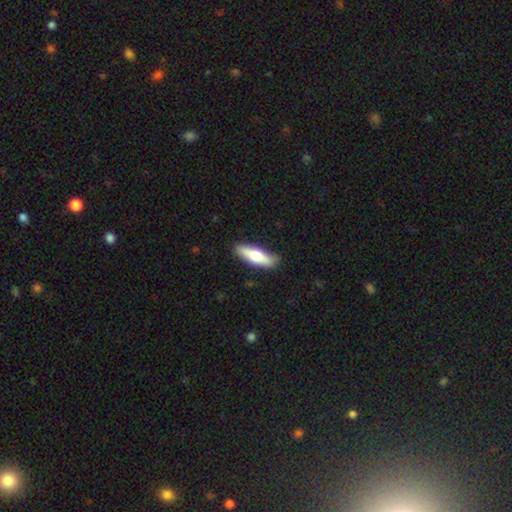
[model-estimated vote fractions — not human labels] Q: Smooth or featured?
A: smooth (65%); runner-up: featured or disk (30%)
Q: How rounded?
A: cigar-shaped (54%); runner-up: in between (44%)
Q: Merging?
A: none (87%); runner-up: minor disturbance (10%)